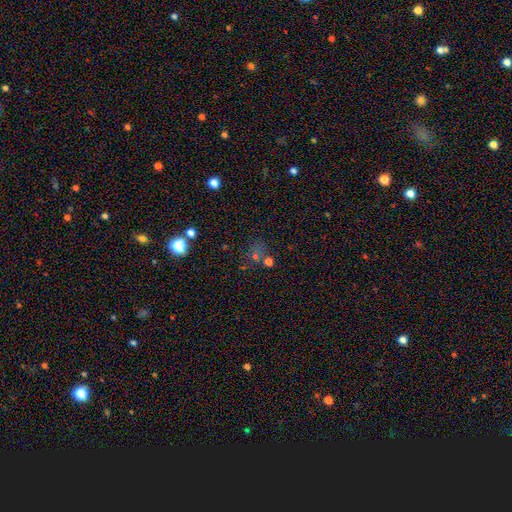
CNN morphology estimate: Smooth or featured? star or artifact (44%, tied with smooth)